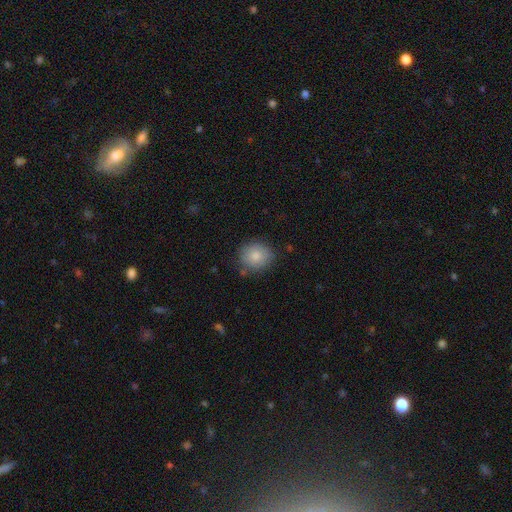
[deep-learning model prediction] Smooth or featured? smooth (83%)
How rounded? round (84%)
Merging? none (81%)